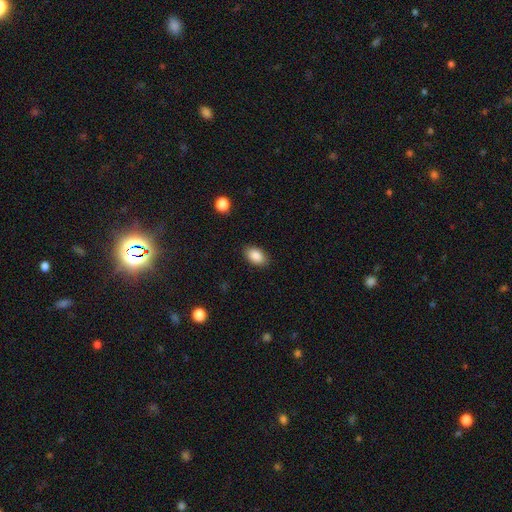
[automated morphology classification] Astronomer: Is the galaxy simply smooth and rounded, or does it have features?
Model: smooth — 88%.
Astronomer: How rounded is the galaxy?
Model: in between — 91%.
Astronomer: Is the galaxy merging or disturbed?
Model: none — 87%.